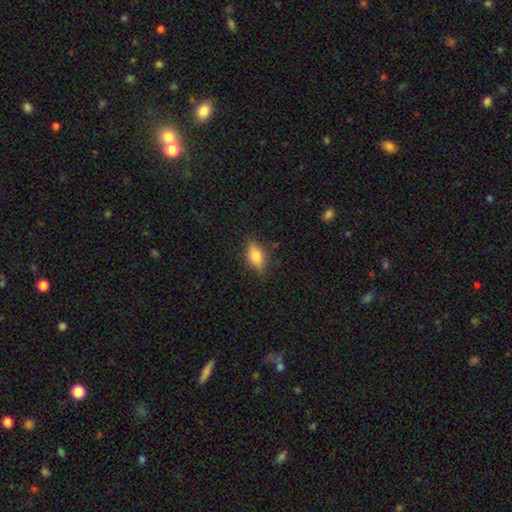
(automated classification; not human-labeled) The model was most divided on "smooth or featured": smooth: 74%, featured or disk: 18%, star or artifact: 9%. More confident: how rounded — in between (83%); merging — none (78%).